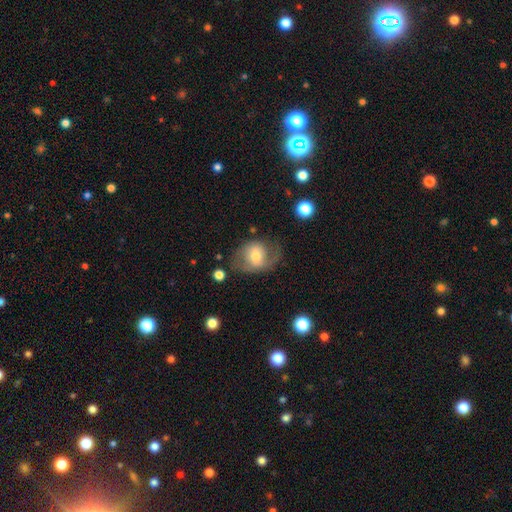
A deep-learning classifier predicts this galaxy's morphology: This appears to be a featured or disk galaxy (47%). Merging: none (53%).